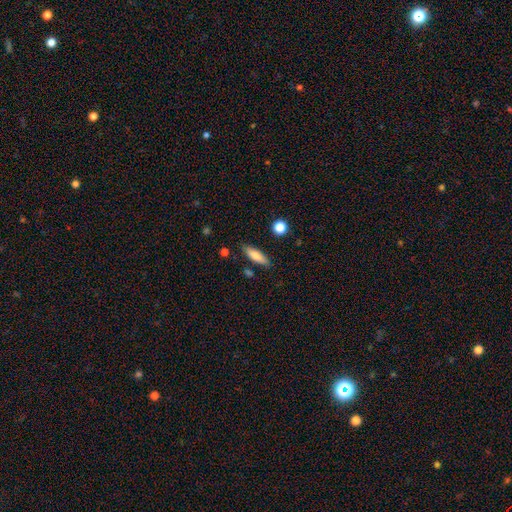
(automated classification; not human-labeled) Smooth or featured: smooth — 78% (featured or disk — 16%)
How rounded: cigar-shaped — 59% (in between — 38%)
Merging: none — 84% (minor disturbance — 11%)